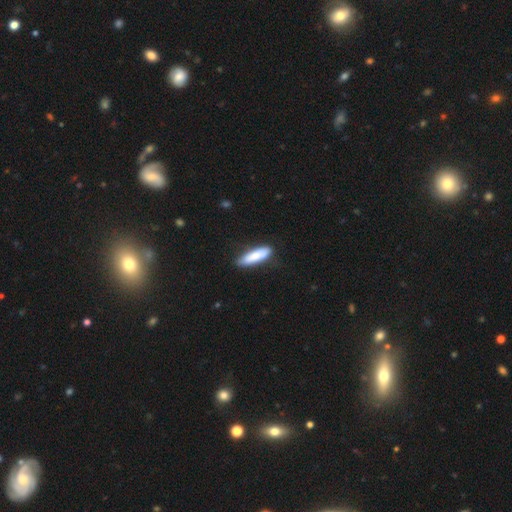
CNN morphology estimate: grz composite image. It shows a smooth galaxy with no disk features (80%) that is cigar-shaped (60%). Merging: none (78%).